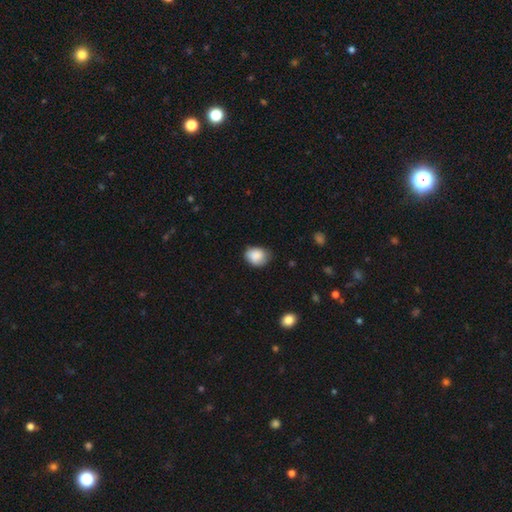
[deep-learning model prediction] A smooth galaxy with no disk features (87%) that is in between round and cigar-shaped (54%).

Vote fractions:
- Smooth or featured? smooth: 87% / star or artifact: 8% / featured or disk: 5%
- How rounded? in between: 54% / round: 45% / cigar-shaped: 1%
- Merging? none: 68% / minor disturbance: 27% / major disturbance: 4% / merger: 1%